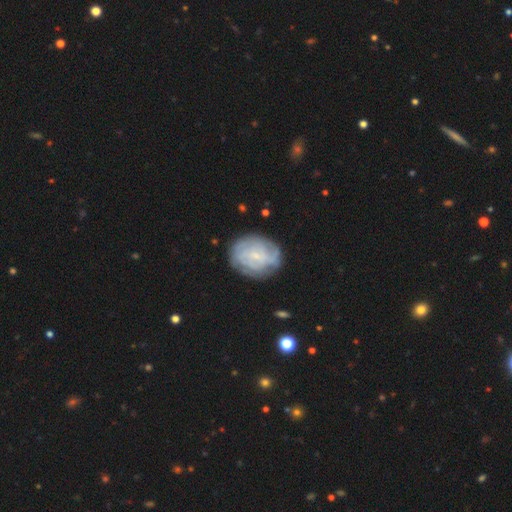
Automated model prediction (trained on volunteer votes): A featured or disk galaxy (64%) with no bar (54%), tight (63%) spiral arms (83%) and a small central bulge (70%).

Vote fractions:
- Smooth or featured? featured or disk: 64% / smooth: 28% / star or artifact: 8%
- Edge-on disk? no: 97% / yes: 3%
- Bar? no: 54% / weak: 39% / strong: 7%
- Spiral arms? yes: 83% / no: 17%
- Spiral winding? tight: 63% / medium: 27% / loose: 10%
- Spiral arm count? can't tell: 55% / 2: 13% / 3: 11% / 4: 11% / more than 4: 6% / 1: 5%
- Bulge size? small: 70% / none: 14% / moderate: 14% / large: 1% / dominant: 1%
- Merging? none: 75% / minor disturbance: 17% / major disturbance: 6% / merger: 2%